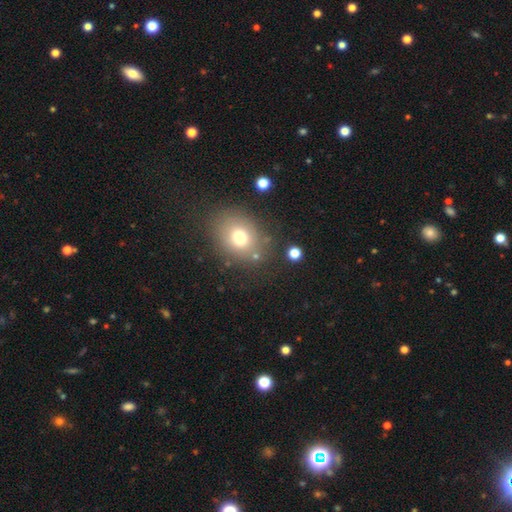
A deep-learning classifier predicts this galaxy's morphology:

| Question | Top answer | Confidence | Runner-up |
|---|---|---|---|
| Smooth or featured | smooth | 60% | star or artifact (28%) |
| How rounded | round | 59% | in between (39%) |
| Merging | none | 82% | minor disturbance (10%) |